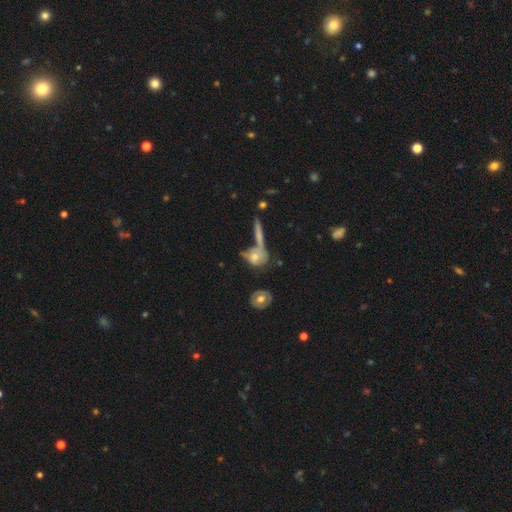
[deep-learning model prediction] Smooth or featured? smooth (56%)
How rounded? round (46%)
Merging? none (42%)